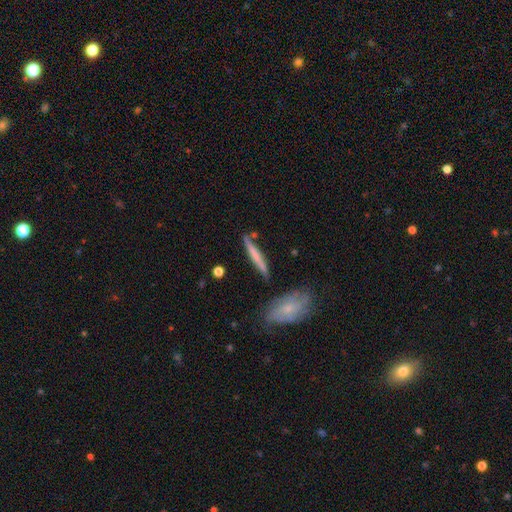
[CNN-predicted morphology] type=smooth (48%); merging=none (78%).